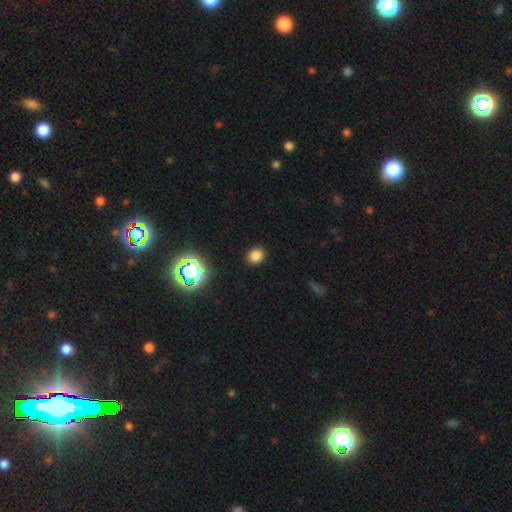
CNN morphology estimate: Overall: smooth (80%). How rounded: round (68%; in between 30%). Merging: none (89%).